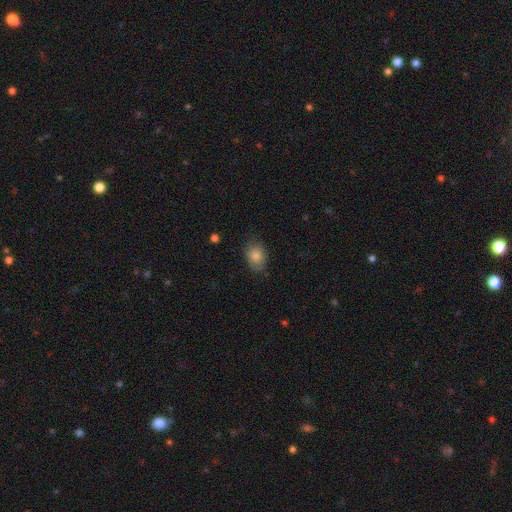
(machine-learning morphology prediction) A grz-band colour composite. It shows a smooth galaxy with no disk features (84%) that is in between round and cigar-shaped (74%). Merging: none (78%).